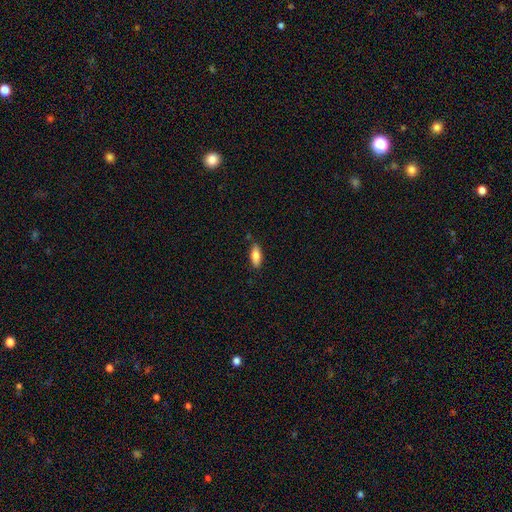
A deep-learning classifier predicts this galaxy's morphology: smooth_or_featured: smooth (p=0.80) [alt: featured or disk p=0.13]
how_rounded: in between (p=0.77) [alt: cigar-shaped p=0.21]
merging: none (p=0.83) [alt: minor disturbance p=0.13]